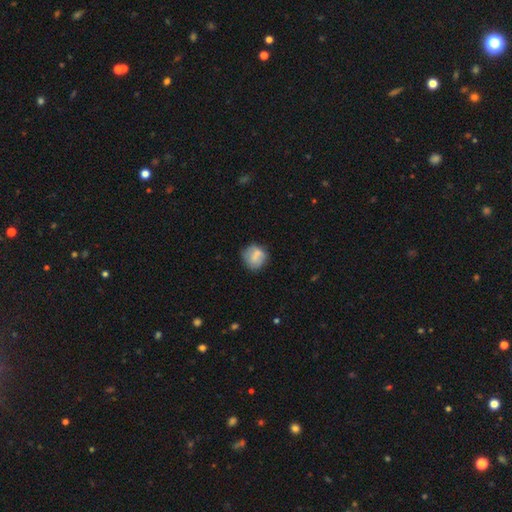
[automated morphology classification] smooth 68%, featured or disk 24%, star or artifact 8%. Down the decision tree: how rounded — round (82%); merging — none (64%).